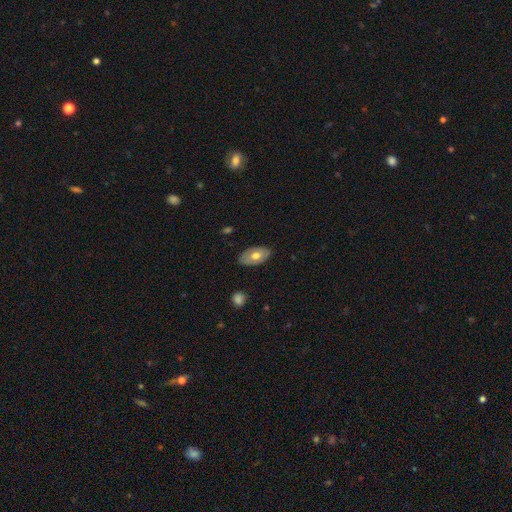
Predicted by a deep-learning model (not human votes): A smooth galaxy with no disk features (60%) that is in between round and cigar-shaped (93%).

Vote fractions:
- Smooth or featured? smooth: 60% / featured or disk: 34% / star or artifact: 6%
- How rounded? in between: 93% / round: 5% / cigar-shaped: 2%
- Merging? none: 81% / minor disturbance: 16% / major disturbance: 3% / merger: 1%